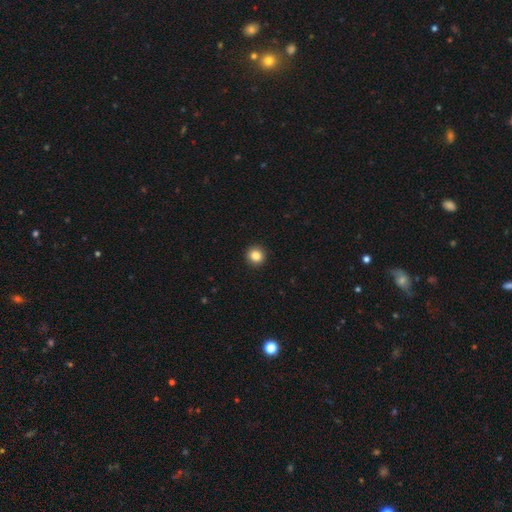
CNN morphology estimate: A smooth galaxy with no disk features (86%) that is round (92%). Merging: none (93%).